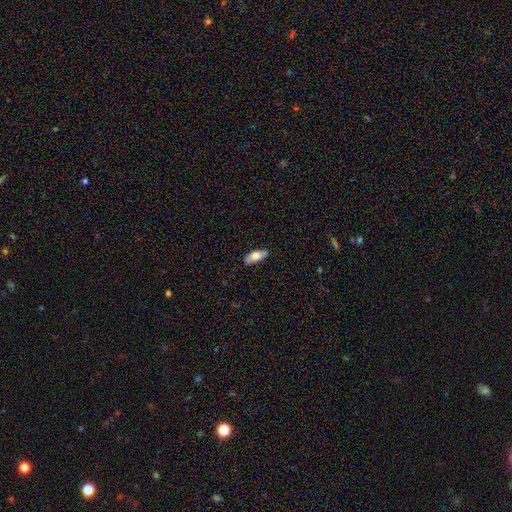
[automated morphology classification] Smooth or featured? Predicted: smooth (p=0.66). How rounded? Predicted: in between (p=0.80). Merging? Predicted: none (p=0.82).